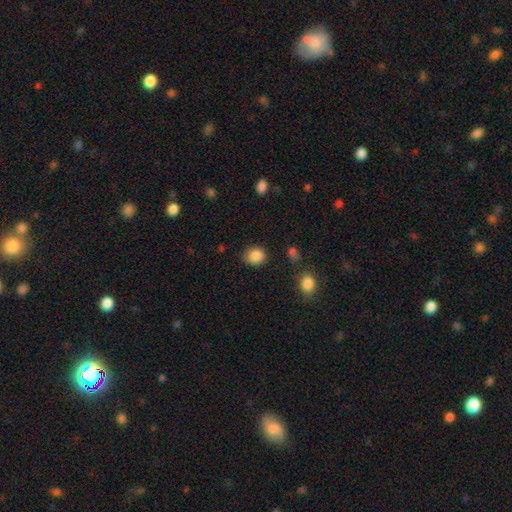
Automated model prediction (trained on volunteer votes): smooth-or-featured: smooth: 86% | star or artifact: 10% | featured or disk: 4%
  how-rounded: round: 73% | in between: 26% | cigar-shaped: 1%
  merging: none: 83% | minor disturbance: 12% | major disturbance: 3% | merger: 2%